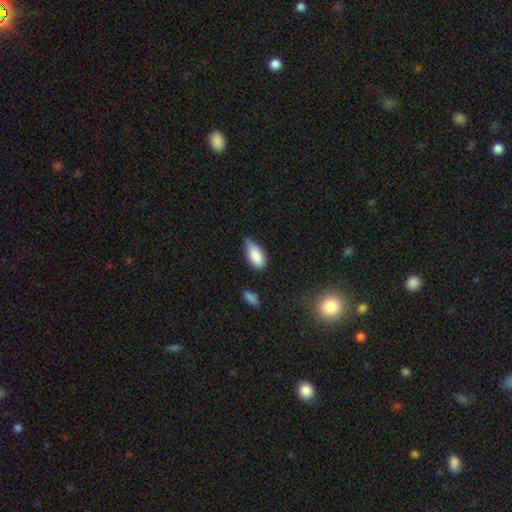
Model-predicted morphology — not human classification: A smooth galaxy with no disk features (86%) that is in between round and cigar-shaped (92%).

Vote fractions:
- Smooth or featured? smooth: 86% / featured or disk: 7% / star or artifact: 7%
- How rounded? in between: 92% / cigar-shaped: 6% / round: 2%
- Merging? none: 47% / minor disturbance: 44% / major disturbance: 7% / merger: 3%